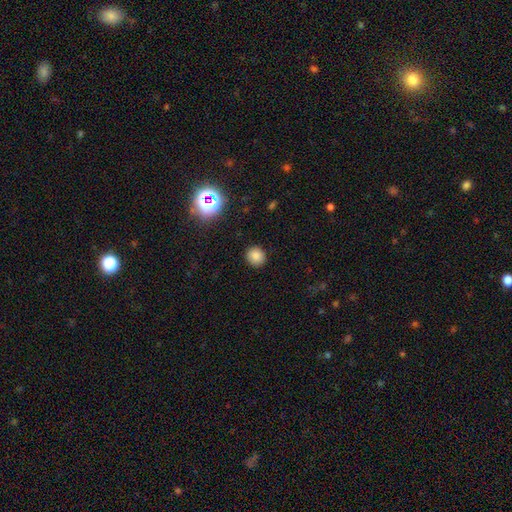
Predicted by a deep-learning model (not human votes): smooth_or_featured: smooth (p=0.82) [alt: star or artifact p=0.14]
how_rounded: round (p=0.88) [alt: in between p=0.11]
merging: none (p=0.90) [alt: minor disturbance p=0.07]